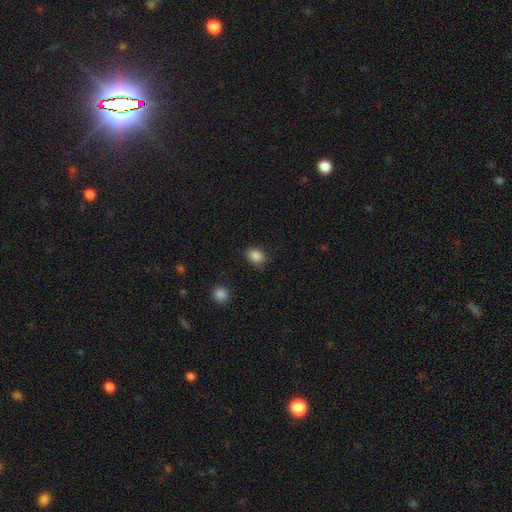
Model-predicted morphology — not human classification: Q: Smooth or featured?
A: smooth (87%); runner-up: star or artifact (10%)
Q: How rounded?
A: in between (58%); runner-up: round (41%)
Q: Merging?
A: none (80%); runner-up: minor disturbance (14%)